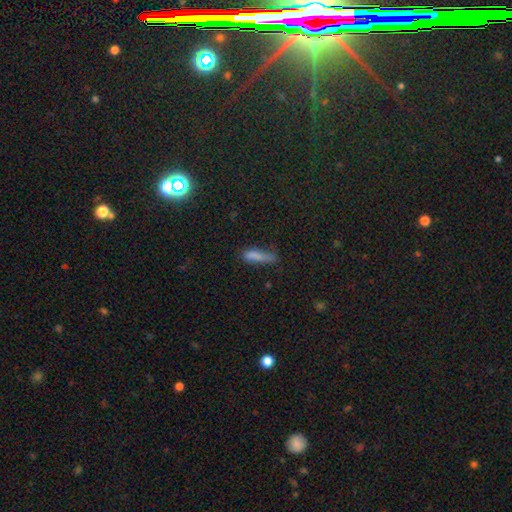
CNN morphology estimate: Overall: smooth (77%). How rounded: cigar-shaped (67%; in between 31%). Merging: none (47%; minor disturbance 32%).